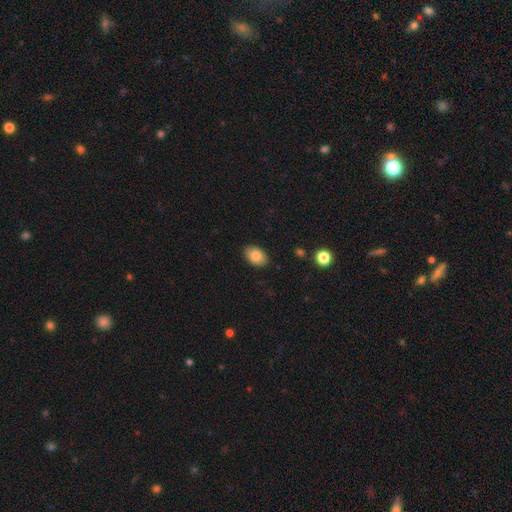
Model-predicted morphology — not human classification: The model was most divided on "how rounded": in between: 87%, round: 12%, cigar-shaped: 1%. More confident: merging — none (88%); smooth or featured — smooth (84%).